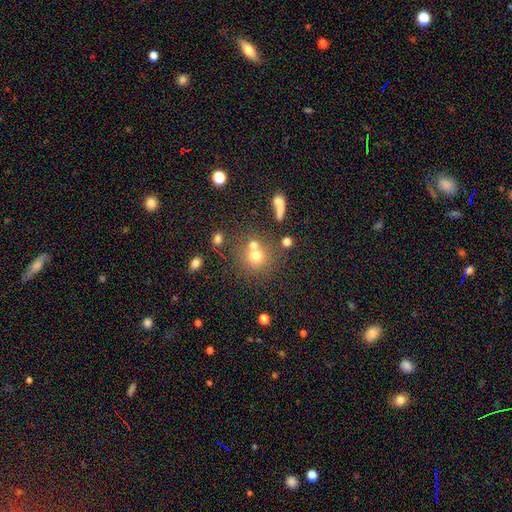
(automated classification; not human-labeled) Smooth or featured? smooth (68%)
How rounded? round (87%)
Merging? none (52%)